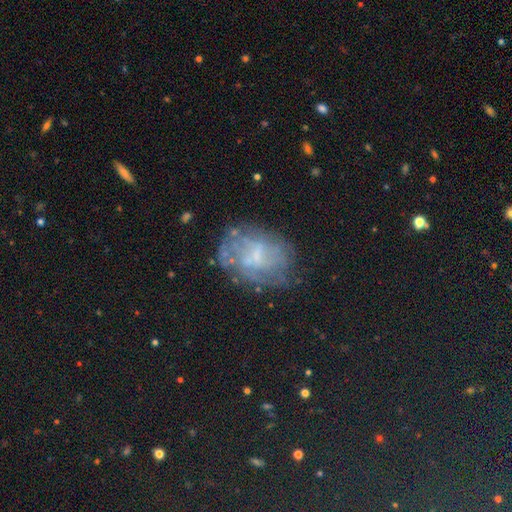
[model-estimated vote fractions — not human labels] Smooth or featured? featured or disk (58%)
Edge-on disk? no (97%)
Bar? no (50%)
Spiral arms? no (60%)
Bulge size? small (44%)
Merging? none (59%)